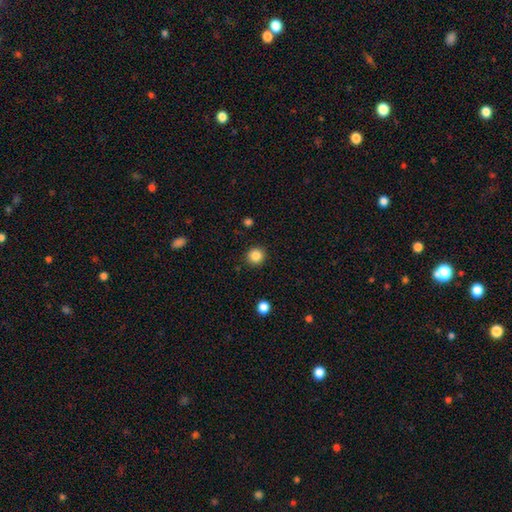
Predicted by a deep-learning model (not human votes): Overall: smooth (85%). How rounded: round (94%). Merging: none (91%).